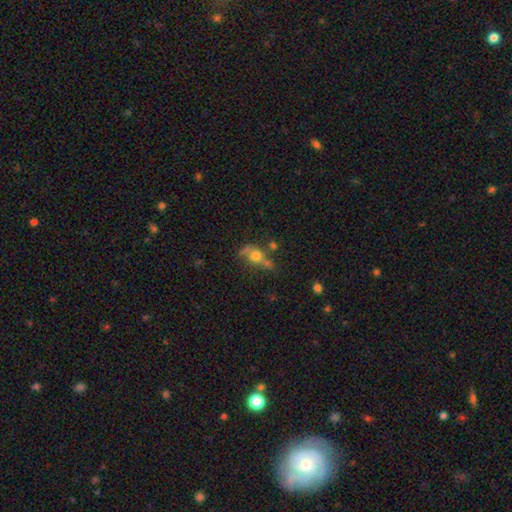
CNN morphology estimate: smooth-or-featured: smooth: 54% | featured or disk: 32% | star or artifact: 14%
  how-rounded: in between: 51% | round: 40% | cigar-shaped: 9%
  merging: none: 42% | minor disturbance: 22% | merger: 20% | major disturbance: 17%